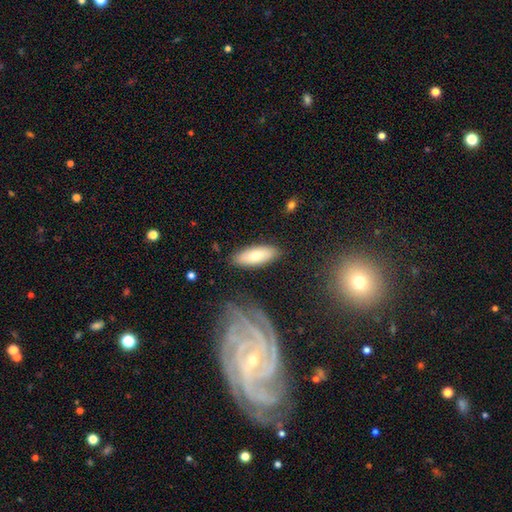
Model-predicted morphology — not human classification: Smooth or featured? smooth (77%)
How rounded? in between (72%)
Merging? none (82%)